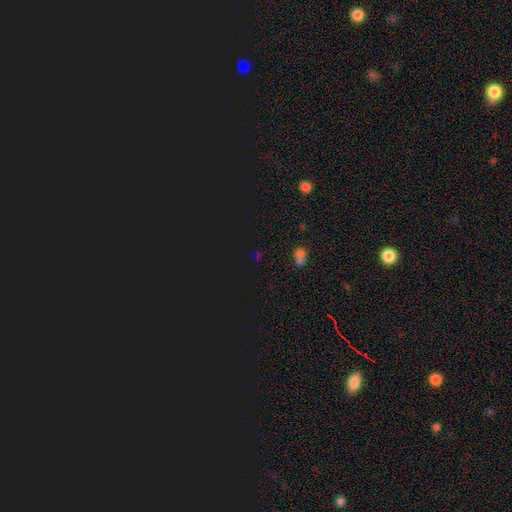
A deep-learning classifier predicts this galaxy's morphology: A star or artifact, not a galaxy (64%).

Vote fractions:
- Smooth or featured? star or artifact: 64% / smooth: 28% / featured or disk: 8%